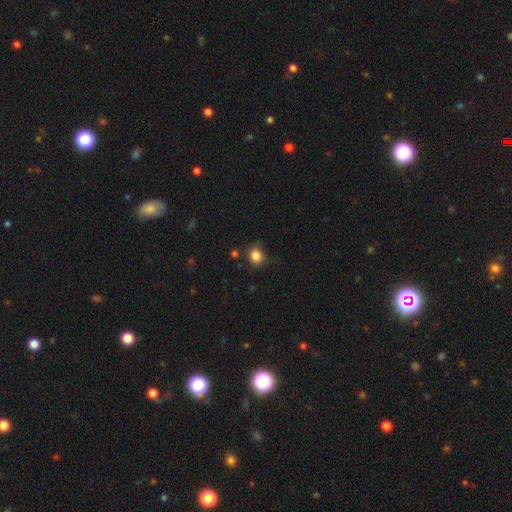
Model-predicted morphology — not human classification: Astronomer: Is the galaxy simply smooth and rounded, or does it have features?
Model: smooth — 84%.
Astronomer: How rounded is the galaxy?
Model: round — 73%.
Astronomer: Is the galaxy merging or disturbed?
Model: none — 72%.